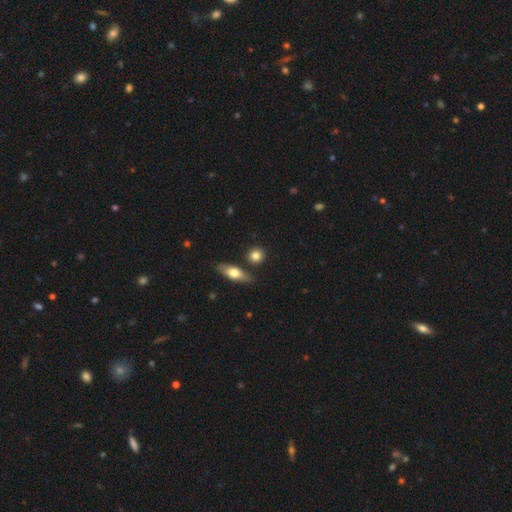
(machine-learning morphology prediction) Overall: smooth (81%). How rounded: round (82%). Merging: none (80%).